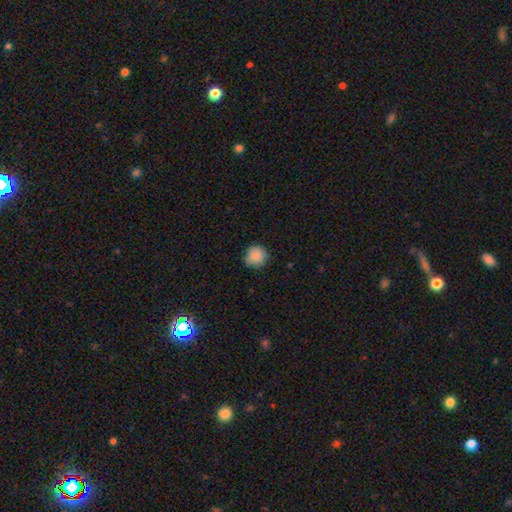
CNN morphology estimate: Smooth or featured? Predicted: smooth (p=0.86). How rounded? Predicted: round (p=0.93). Merging? Predicted: none (p=0.82).